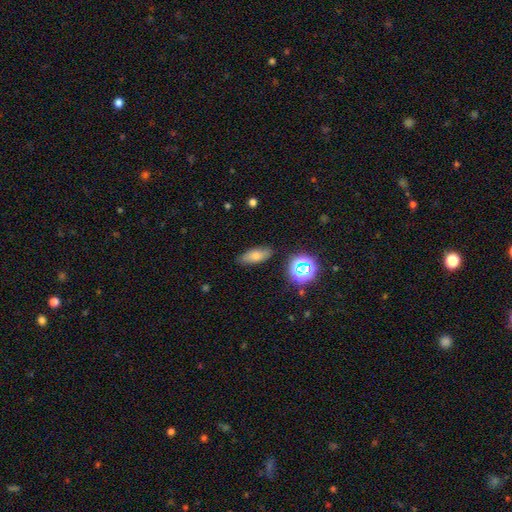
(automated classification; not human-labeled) smooth_or_featured: smooth (p=0.64) [alt: star or artifact p=0.19]
how_rounded: in between (p=0.68) [alt: cigar-shaped p=0.24]
merging: none (p=0.85) [alt: minor disturbance p=0.11]